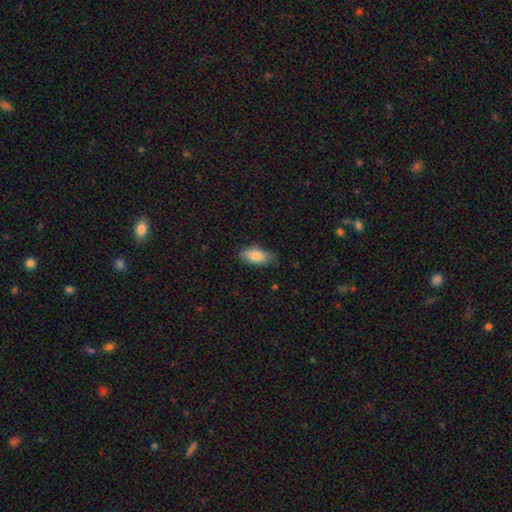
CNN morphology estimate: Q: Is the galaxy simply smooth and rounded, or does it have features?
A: smooth — 83%.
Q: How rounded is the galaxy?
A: in between — 89%.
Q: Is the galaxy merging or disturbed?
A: none — 76%.